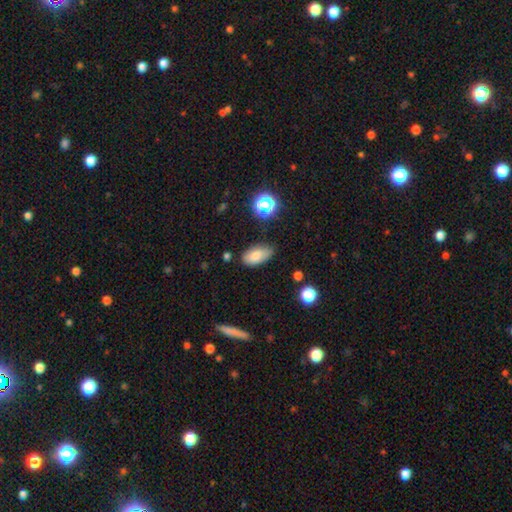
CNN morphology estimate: Smooth or featured? smooth (80%)
How rounded? in between (91%)
Merging? none (69%)